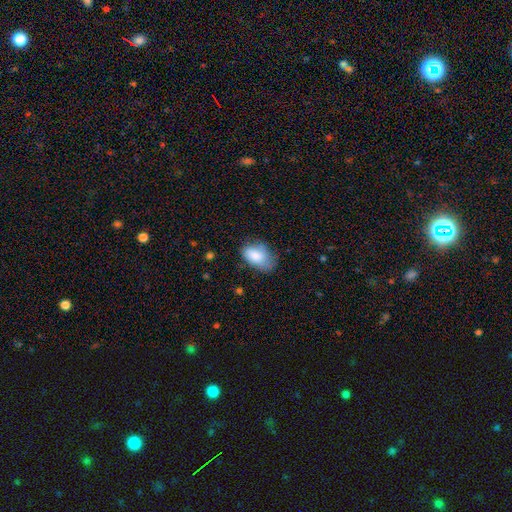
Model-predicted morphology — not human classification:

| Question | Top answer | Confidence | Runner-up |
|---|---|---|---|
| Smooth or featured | smooth | 82% | featured or disk (11%) |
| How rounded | in between | 90% | round (9%) |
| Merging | none | 52% | minor disturbance (34%) |